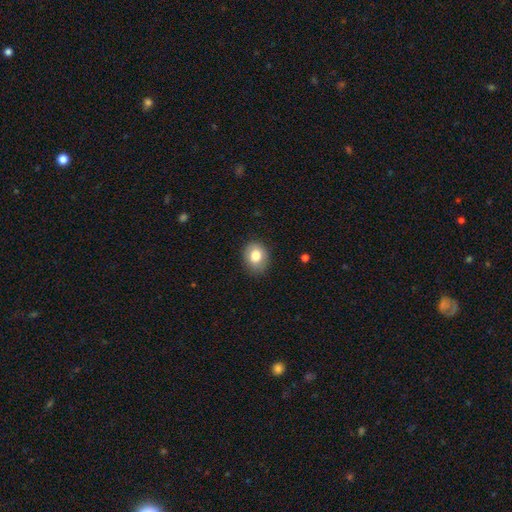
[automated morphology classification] smooth-or-featured: smooth: 81% | featured or disk: 10% | star or artifact: 9%
  how-rounded: round: 53% | in between: 46% | cigar-shaped: 1%
  merging: none: 83% | minor disturbance: 13% | major disturbance: 3% | merger: 1%